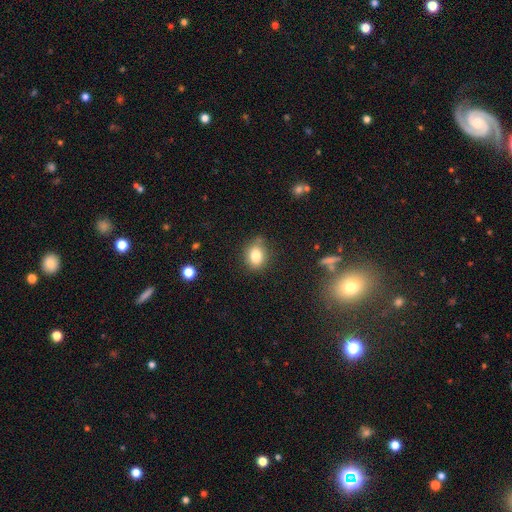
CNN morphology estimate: Smooth or featured: smooth — 81% (star or artifact — 10%)
How rounded: in between — 53% (round — 46%)
Merging: none — 74% (minor disturbance — 18%)